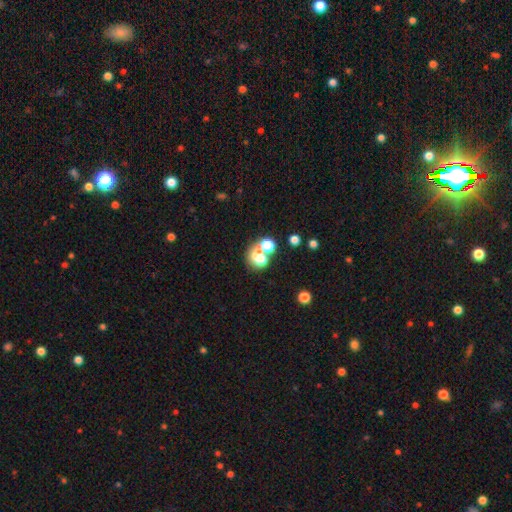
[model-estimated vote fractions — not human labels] Smooth or featured? Predicted: smooth (p=0.55). How rounded? Predicted: round (p=0.69). Merging? Predicted: merger (p=0.49).